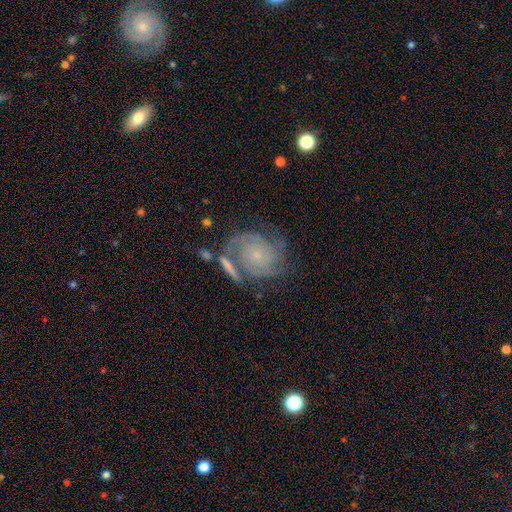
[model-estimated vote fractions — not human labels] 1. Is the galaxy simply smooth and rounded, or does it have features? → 82% featured or disk, 11% smooth, 8% star or artifact.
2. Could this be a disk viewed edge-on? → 97% no, 3% yes.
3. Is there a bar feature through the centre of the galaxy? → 78% no, 18% weak, 4% strong.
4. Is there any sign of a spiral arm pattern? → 96% yes, 4% no.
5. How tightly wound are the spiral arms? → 65% tight, 28% medium, 7% loose.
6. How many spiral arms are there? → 30% 2, 25% 3, 24% can't tell, 10% 4, 6% 1, 6% more than 4.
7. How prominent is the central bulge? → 77% small, 15% moderate, 6% none, 2% large, 1% dominant.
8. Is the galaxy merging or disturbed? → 61% none, 18% minor disturbance, 11% major disturbance, 11% merger.